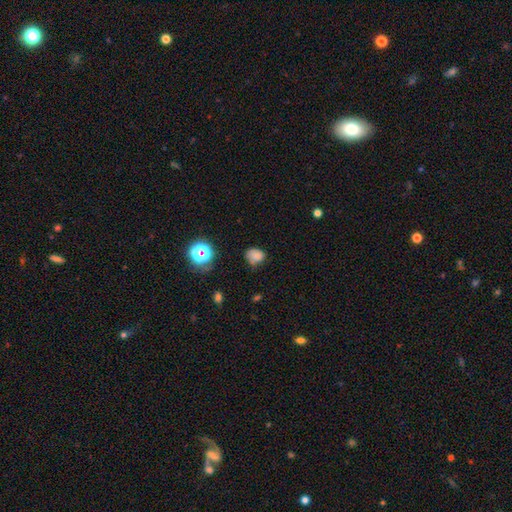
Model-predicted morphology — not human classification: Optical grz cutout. It shows a smooth galaxy with no disk features (76%) that is round (57%). Merging: none (58%).